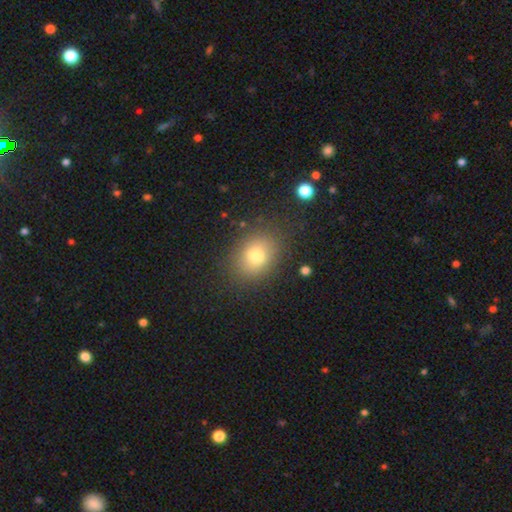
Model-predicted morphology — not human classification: The model was most divided on "how rounded": in between: 56%, round: 43%, cigar-shaped: 1%. More confident: merging — none (81%); smooth or featured — smooth (77%).